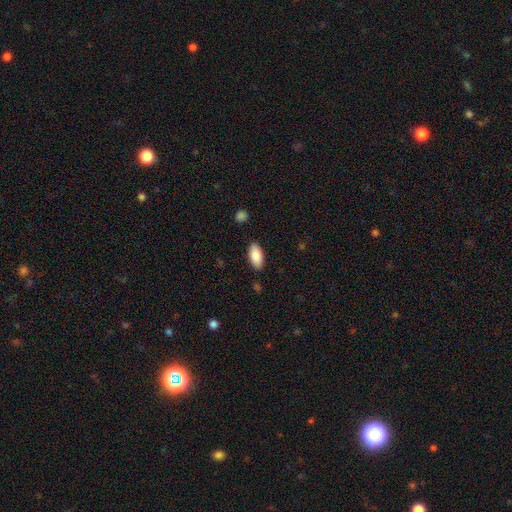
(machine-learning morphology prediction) A smooth galaxy with no disk features (88%) that is in between round and cigar-shaped (92%). Merging: none (87%).